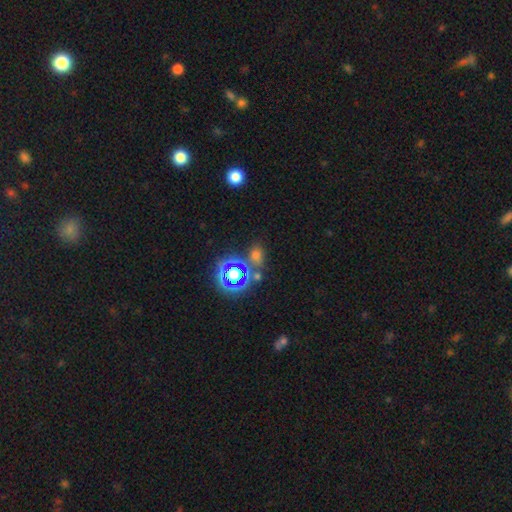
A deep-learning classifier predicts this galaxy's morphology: smooth-or-featured: smooth: 53% | star or artifact: 38% | featured or disk: 9%
  how-rounded: in between: 53% | round: 45% | cigar-shaped: 2%
  merging: none: 64% | merger: 17% | minor disturbance: 13% | major disturbance: 6%